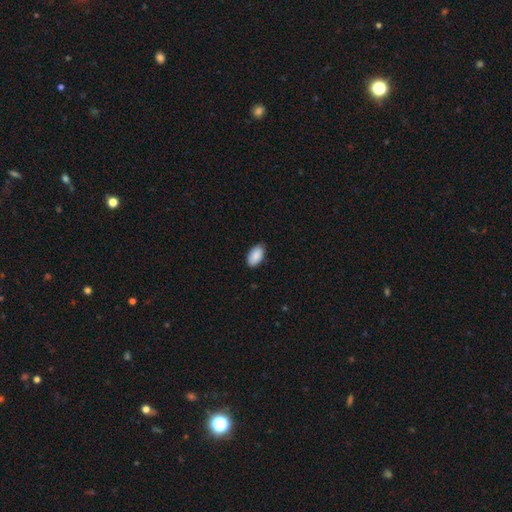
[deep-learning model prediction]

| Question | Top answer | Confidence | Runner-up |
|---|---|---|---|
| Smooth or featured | smooth | 89% | star or artifact (6%) |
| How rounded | in between | 95% | round (3%) |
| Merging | none | 81% | minor disturbance (16%) |